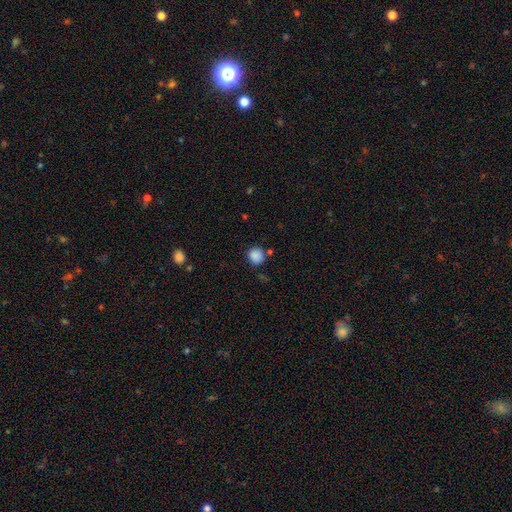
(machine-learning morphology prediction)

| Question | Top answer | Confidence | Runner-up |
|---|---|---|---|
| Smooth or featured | smooth | 87% | star or artifact (10%) |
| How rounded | round | 89% | in between (10%) |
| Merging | none | 77% | minor disturbance (13%) |